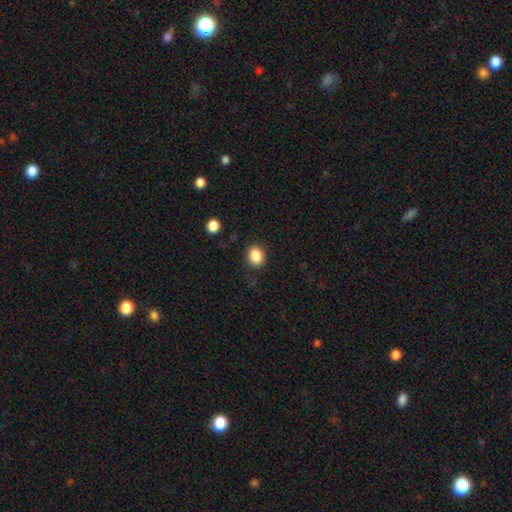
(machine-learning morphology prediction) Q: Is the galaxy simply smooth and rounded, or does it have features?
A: smooth — 87%.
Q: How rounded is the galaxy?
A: round — 62%.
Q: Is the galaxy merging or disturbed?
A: none — 85%.